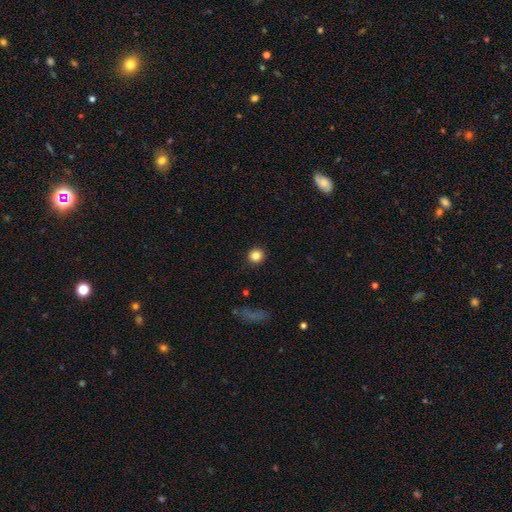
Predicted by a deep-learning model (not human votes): Overall: smooth (86%). How rounded: round (89%). Merging: none (91%).